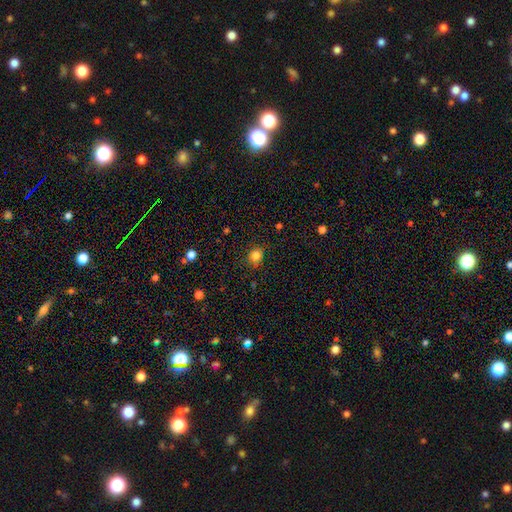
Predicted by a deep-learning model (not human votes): smooth_or_featured: smooth (p=0.83) [alt: star or artifact p=0.12]
how_rounded: round (p=0.77) [alt: in between p=0.22]
merging: none (p=0.82) [alt: minor disturbance p=0.13]